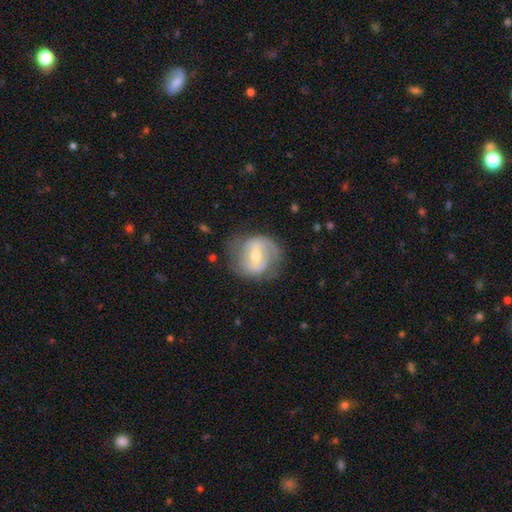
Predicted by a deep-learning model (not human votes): Smooth or featured? Predicted: featured or disk (p=0.70). Edge-on disk? Predicted: no (p=0.97). Bar? Predicted: weak (p=0.51). Spiral arms? Predicted: yes (p=0.78). Spiral winding? Predicted: medium (p=0.41). Spiral arm count? Predicted: 2 (p=0.67). Bulge size? Predicted: moderate (p=0.63). Merging? Predicted: none (p=0.64).